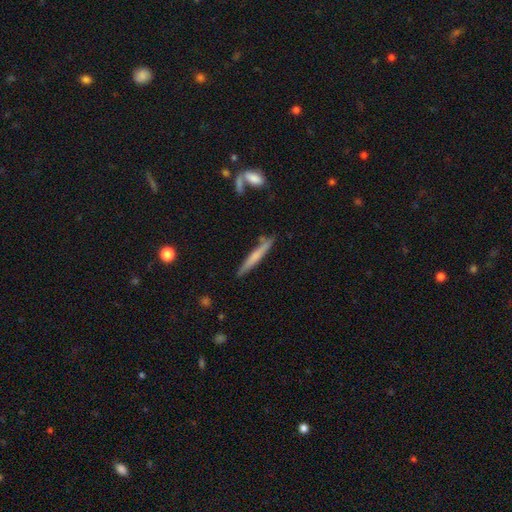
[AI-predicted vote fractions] smooth-or-featured: smooth: 54% | featured or disk: 40% | star or artifact: 6%
  how-rounded: cigar-shaped: 95% | in between: 3% | round: 1%
  merging: none: 83% | minor disturbance: 11% | merger: 4% | major disturbance: 2%